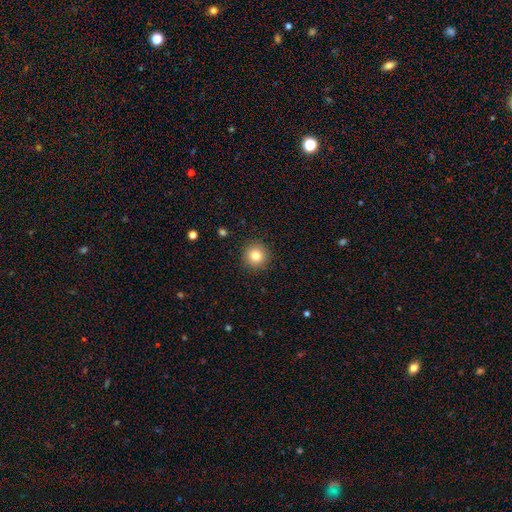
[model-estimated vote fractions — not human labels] Smooth or featured? smooth (81%)
How rounded? round (94%)
Merging? none (91%)